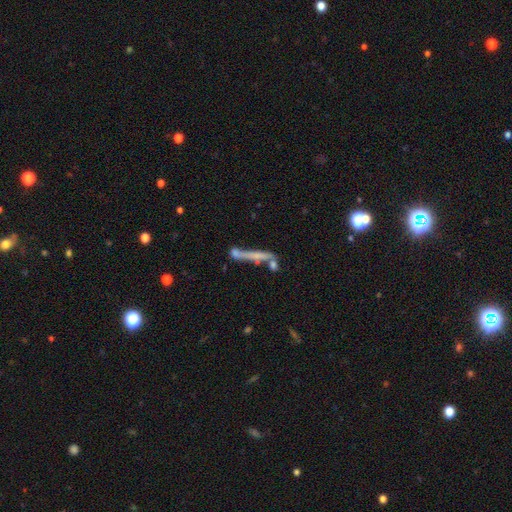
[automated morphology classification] A featured or disk galaxy (48%). Merging: none (49%).